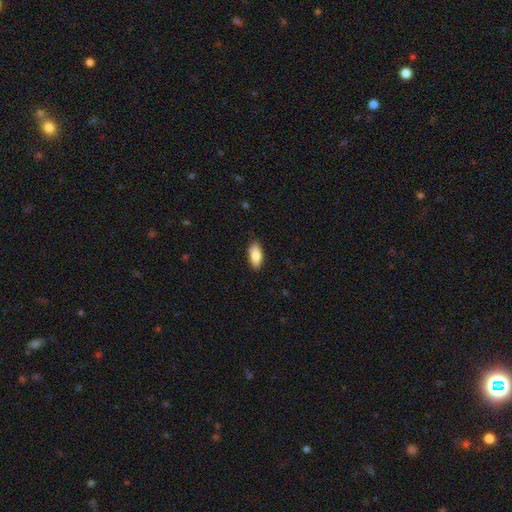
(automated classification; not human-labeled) This appears to be a smooth galaxy with no disk features (81%) that is in between round and cigar-shaped (86%). Merging: none (81%).